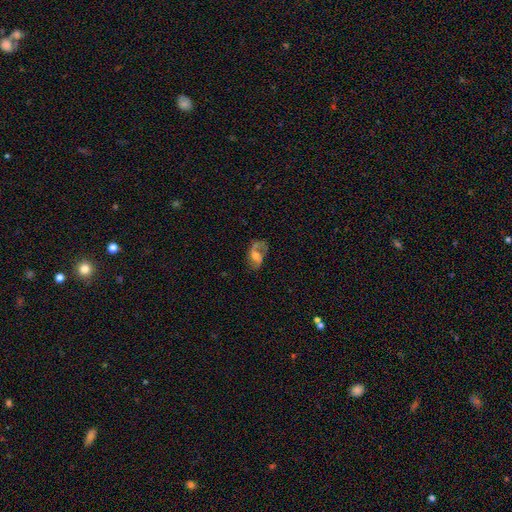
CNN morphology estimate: Smooth or featured: featured or disk — 68% (smooth — 24%)
Edge-on disk: no — 96% (yes — 4%)
Bar: weak — 46% (no — 37%)
Spiral arms: yes — 84% (no — 16%)
Spiral winding: loose — 47% (medium — 42%)
Spiral arm count: 2 — 78% (1 — 13%)
Bulge size: moderate — 46% (large — 22%)
Merging: none — 57% (major disturbance — 20%)